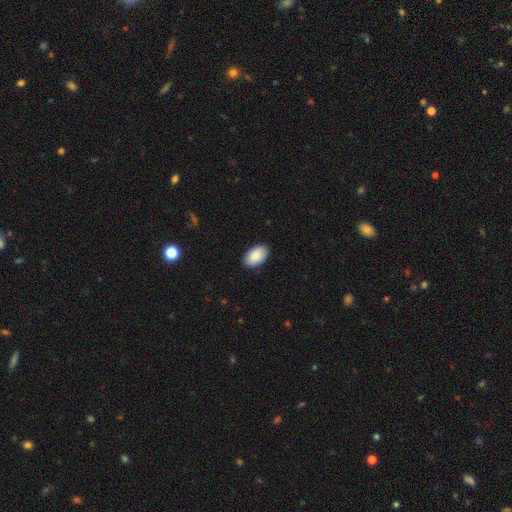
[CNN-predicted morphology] smooth_or_featured: smooth (p=0.89) [alt: star or artifact p=0.06]
how_rounded: in between (p=0.94) [alt: round p=0.04]
merging: none (p=0.88) [alt: minor disturbance p=0.09]